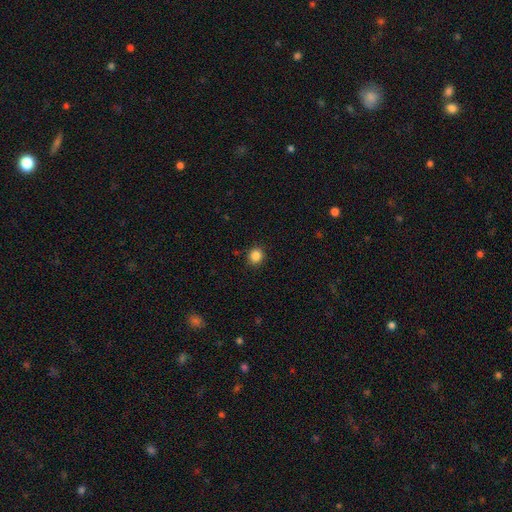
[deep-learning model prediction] A smooth galaxy with no disk features (86%) that is round (86%). Merging: none (90%).